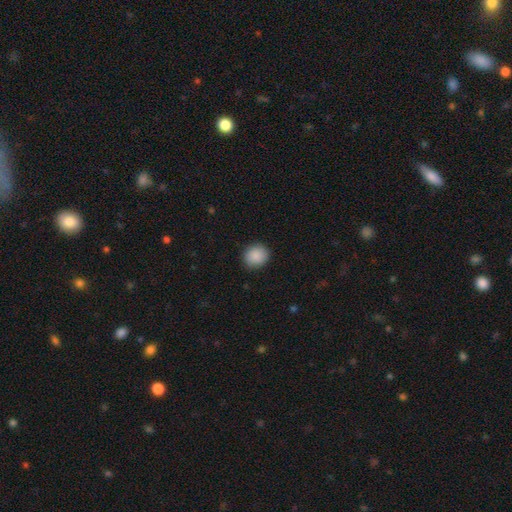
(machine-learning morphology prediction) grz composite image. It shows a smooth galaxy with no disk features (89%) that is round (86%). Merging: none (90%).